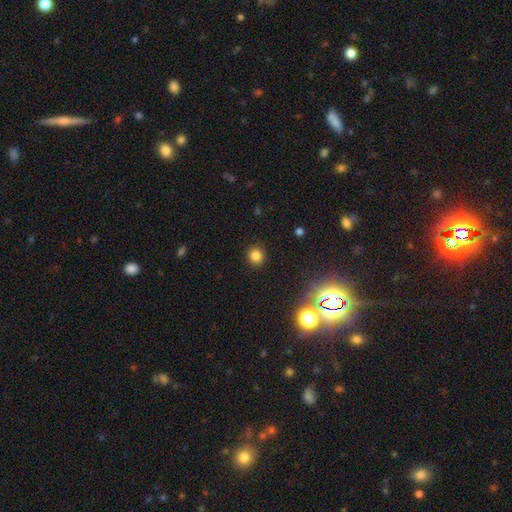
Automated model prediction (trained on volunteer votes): Smooth or featured? Predicted: smooth (p=0.81). How rounded? Predicted: round (p=0.90). Merging? Predicted: none (p=0.91).